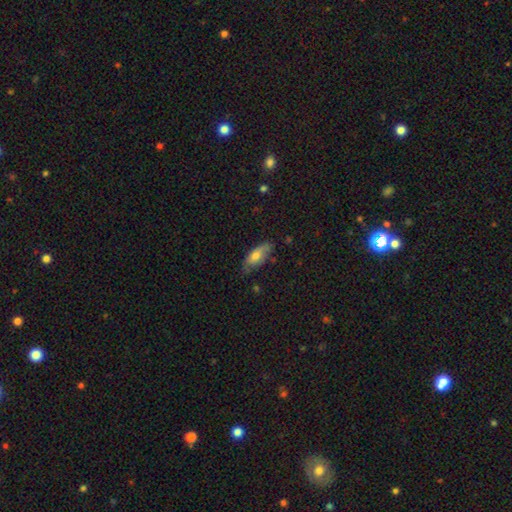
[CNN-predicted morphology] Q: Smooth or featured?
A: smooth (68%); runner-up: featured or disk (25%)
Q: How rounded?
A: in between (78%); runner-up: cigar-shaped (20%)
Q: Merging?
A: none (69%); runner-up: minor disturbance (25%)